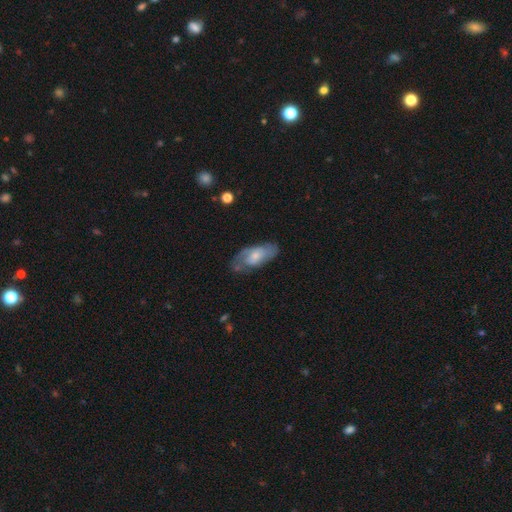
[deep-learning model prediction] Morphology: type=featured or disk (55%); edge-on=no (91%); bar=no (64%); spiral arms=yes (79%); bulge=small (51%); merging=none (58%).